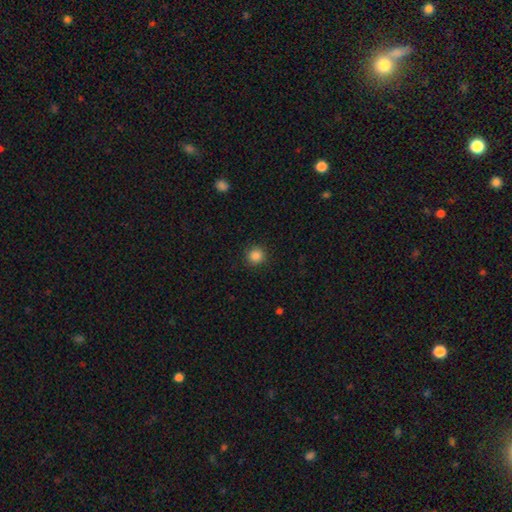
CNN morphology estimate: A smooth galaxy with no disk features (86%) that is round (93%).

Vote fractions:
- Smooth or featured? smooth: 86% / star or artifact: 11% / featured or disk: 3%
- How rounded? round: 93% / in between: 6% / cigar-shaped: 1%
- Merging? none: 91% / minor disturbance: 6% / major disturbance: 2% / merger: 1%